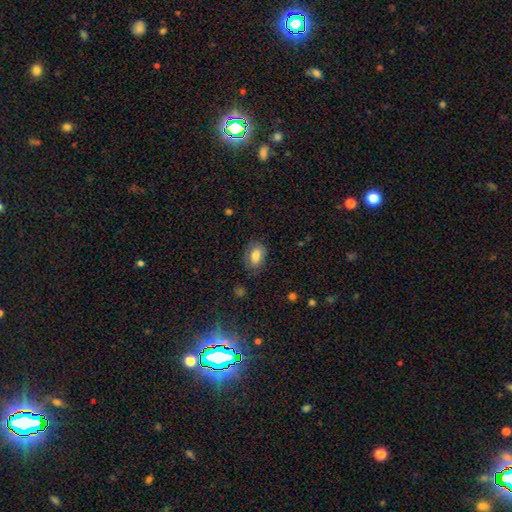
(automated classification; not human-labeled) smooth_or_featured: smooth (p=0.78) [alt: featured or disk p=0.14]
how_rounded: in between (p=0.87) [alt: round p=0.11]
merging: none (p=0.76) [alt: minor disturbance p=0.18]